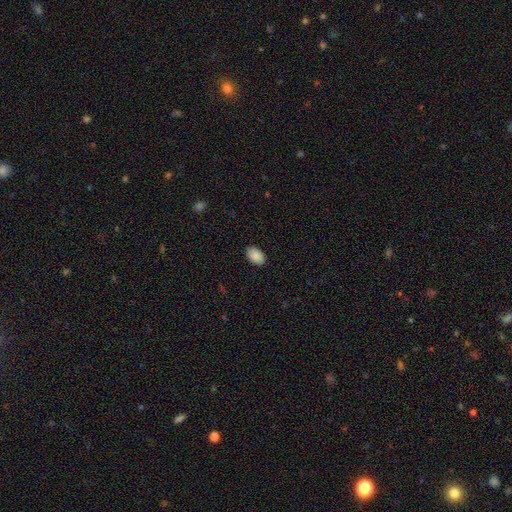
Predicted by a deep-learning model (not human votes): A smooth galaxy with no disk features (90%) that is in between round and cigar-shaped (91%).

Vote fractions:
- Smooth or featured? smooth: 90% / star or artifact: 7% / featured or disk: 3%
- How rounded? in between: 91% / round: 7% / cigar-shaped: 1%
- Merging? none: 89% / minor disturbance: 8% / major disturbance: 2% / merger: 1%